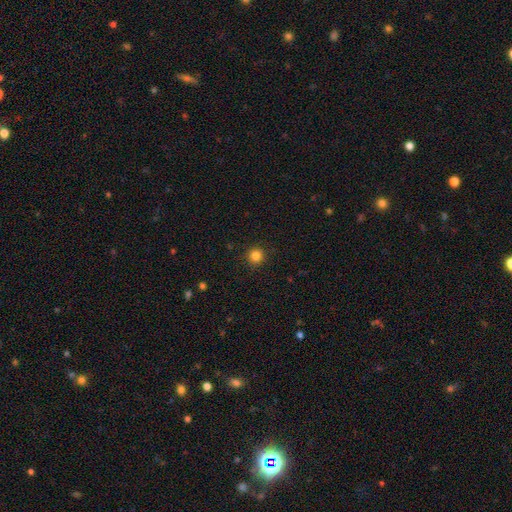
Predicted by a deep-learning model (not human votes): This appears to be a smooth galaxy with no disk features (84%) that is round (95%). Merging: none (92%).